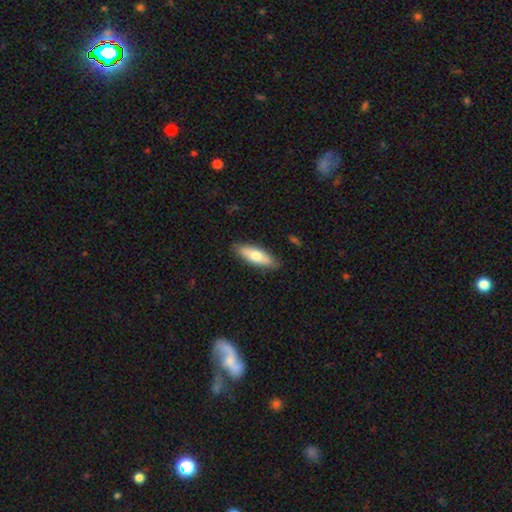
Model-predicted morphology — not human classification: A smooth galaxy with no disk features (68%) that is in between round and cigar-shaped (53%). Merging: none (87%).